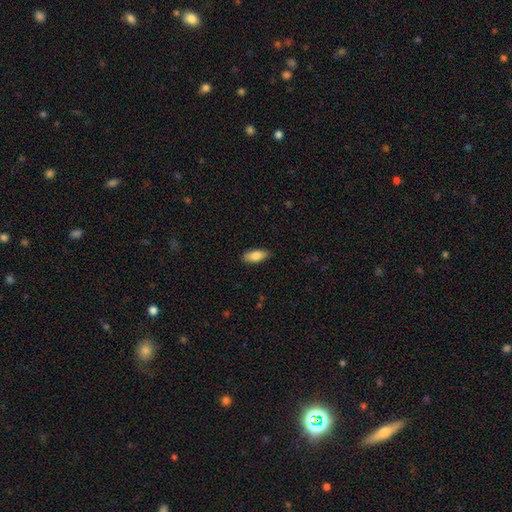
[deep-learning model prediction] Smooth or featured: smooth — 83% (featured or disk — 10%)
How rounded: in between — 85% (cigar-shaped — 13%)
Merging: none — 87% (minor disturbance — 10%)